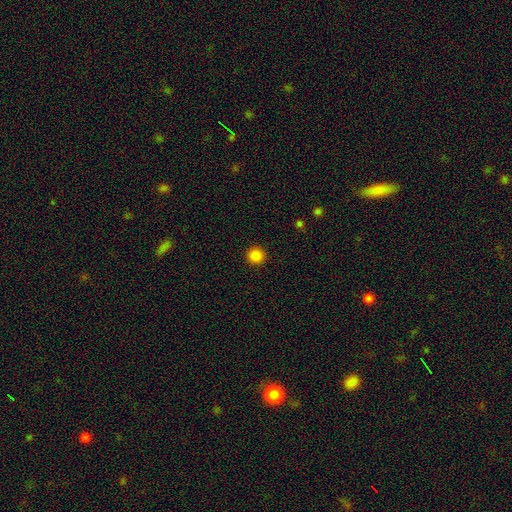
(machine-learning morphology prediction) A smooth galaxy with no disk features (85%) that is round (95%). Merging: none (93%).